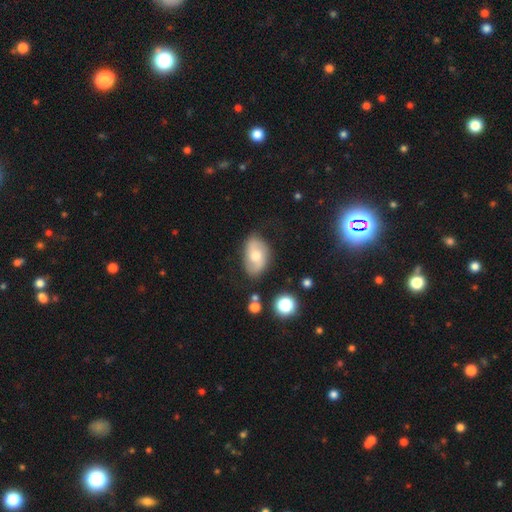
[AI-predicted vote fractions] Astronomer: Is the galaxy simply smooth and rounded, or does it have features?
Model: smooth — 49% (runner-up: featured or disk, 43%).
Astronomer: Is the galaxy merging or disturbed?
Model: none — 73%.